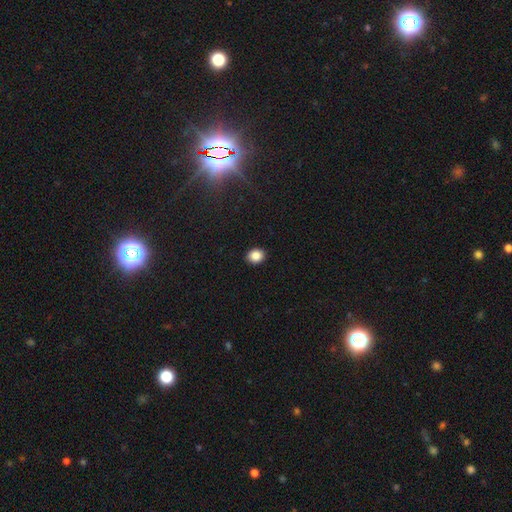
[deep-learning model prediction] This is clearly a smooth galaxy (87%). How rounded: possibly round (56%). Merging: clearly none (91%).